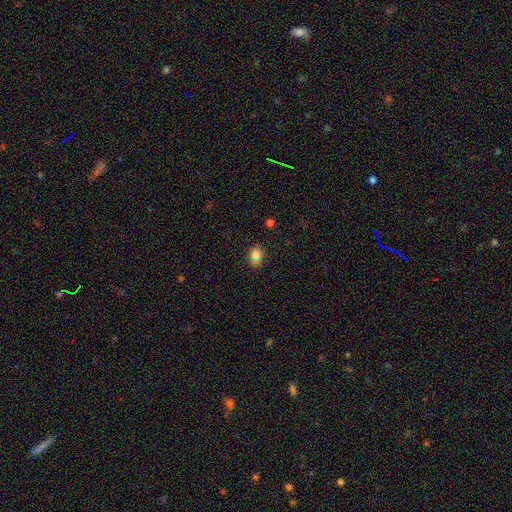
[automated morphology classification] Smooth or featured: smooth — 79% (star or artifact — 14%)
How rounded: round — 60% (in between — 39%)
Merging: none — 69% (minor disturbance — 17%)